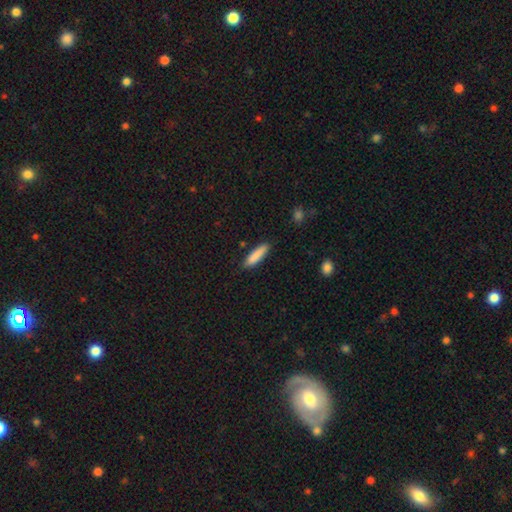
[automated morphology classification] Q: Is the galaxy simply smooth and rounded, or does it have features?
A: smooth — 85%.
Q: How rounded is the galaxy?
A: cigar-shaped — 76%.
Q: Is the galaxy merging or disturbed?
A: none — 84%.